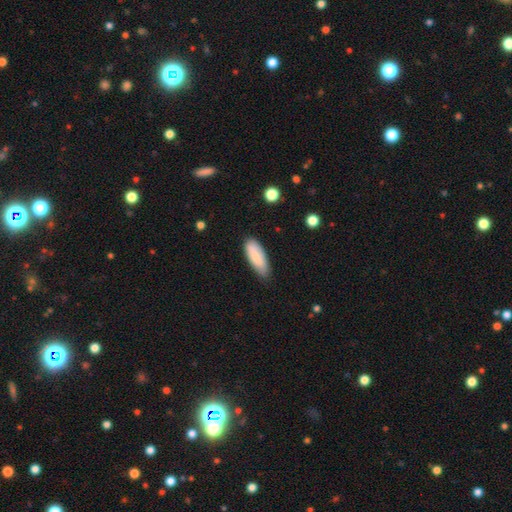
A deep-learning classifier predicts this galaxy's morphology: Overall: smooth (84%). How rounded: in between (74%). Merging: none (76%).